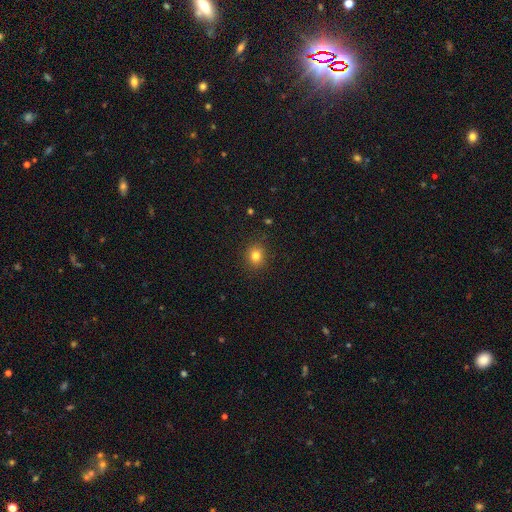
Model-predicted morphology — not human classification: A smooth galaxy with no disk features (81%) that is round (79%). Merging: none (89%).